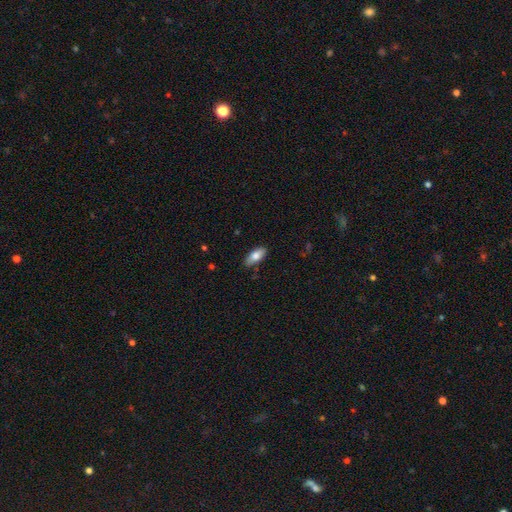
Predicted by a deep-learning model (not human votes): A smooth galaxy with no disk features (78%) that is in between round and cigar-shaped (82%). Merging: none (84%).